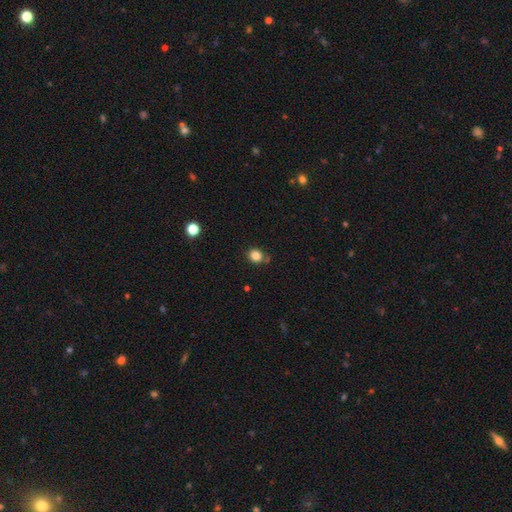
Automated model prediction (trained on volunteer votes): smooth_or_featured: smooth (p=0.84) [alt: star or artifact p=0.12]
how_rounded: round (p=0.77) [alt: in between p=0.22]
merging: none (p=0.76) [alt: minor disturbance p=0.15]